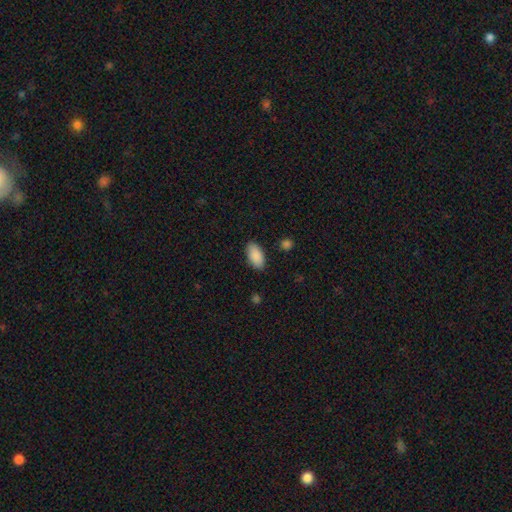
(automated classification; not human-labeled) Overall: smooth (90%). How rounded: in between (93%). Merging: none (87%).